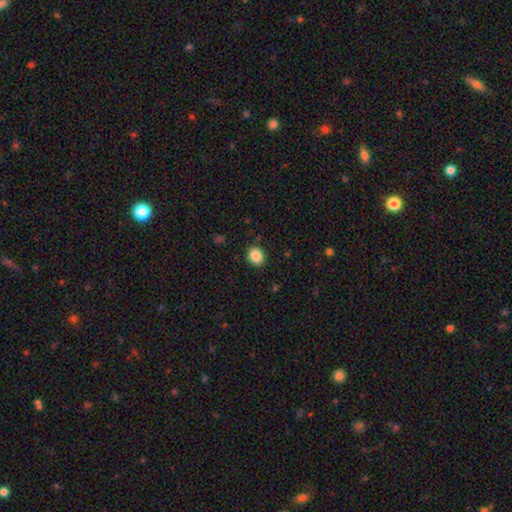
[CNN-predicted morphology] Smooth or featured? smooth (86%)
How rounded? round (63%)
Merging? none (89%)